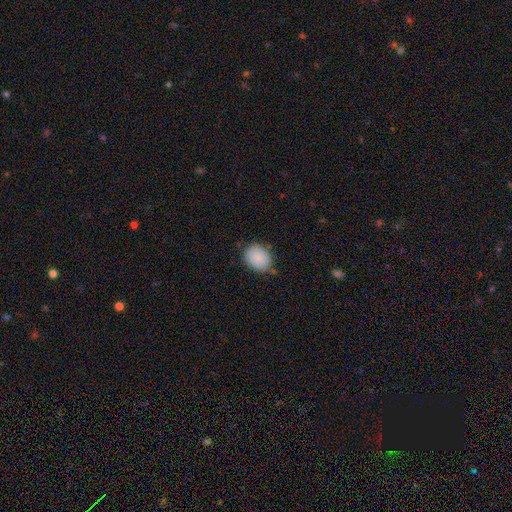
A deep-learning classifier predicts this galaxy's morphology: Smooth or featured? Predicted: smooth (p=0.88). How rounded? Predicted: in between (p=0.56). Merging? Predicted: none (p=0.79).